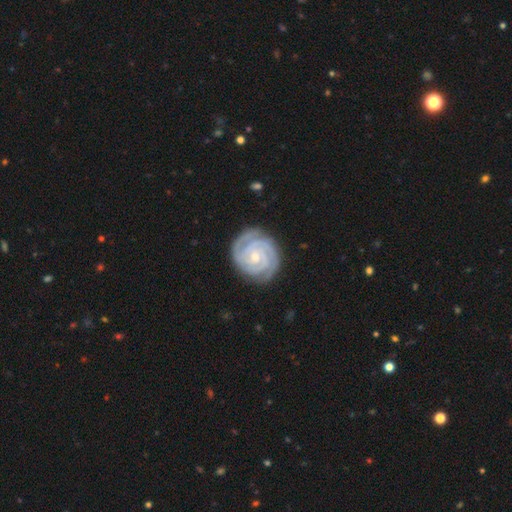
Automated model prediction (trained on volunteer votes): Smooth or featured? featured or disk (92%)
Edge-on disk? no (98%)
Bar? no (65%)
Spiral arms? yes (99%)
Spiral winding? tight (86%)
Spiral arm count? 2 (40%)
Bulge size? small (61%)
Merging? none (82%)